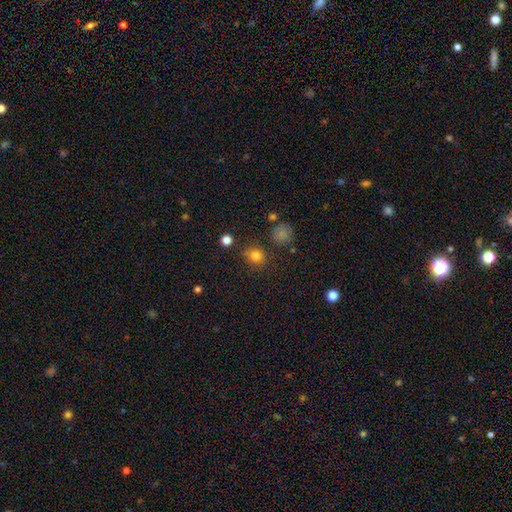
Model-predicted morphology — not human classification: This appears to be a smooth galaxy with no disk features (79%) that is round (76%). Merging: none (77%).